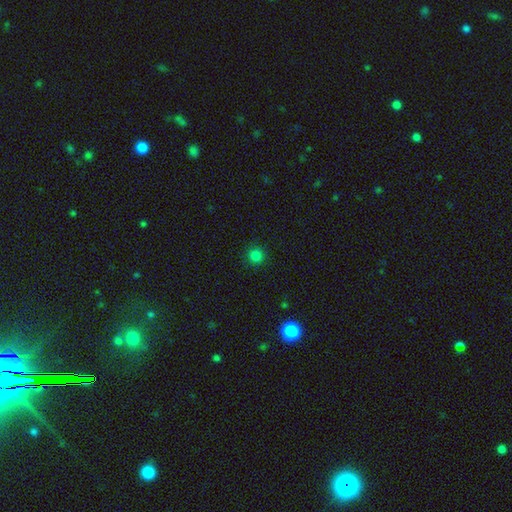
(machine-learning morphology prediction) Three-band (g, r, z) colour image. It shows a smooth galaxy with no disk features (81%) that is round (95%). Merging: none (92%).